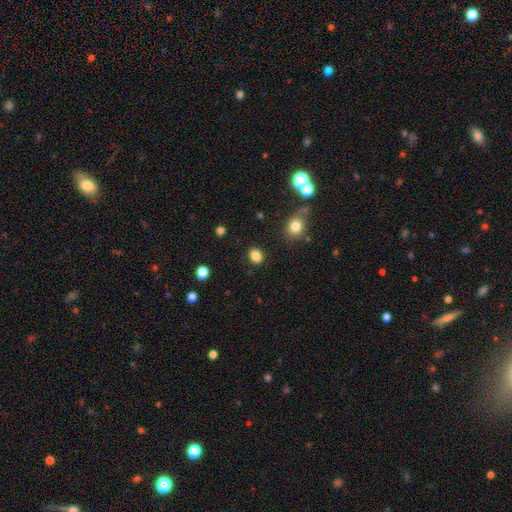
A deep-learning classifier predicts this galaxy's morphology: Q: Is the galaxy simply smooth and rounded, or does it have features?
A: smooth — 85%.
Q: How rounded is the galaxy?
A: round — 51%.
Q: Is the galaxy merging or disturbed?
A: none — 88%.